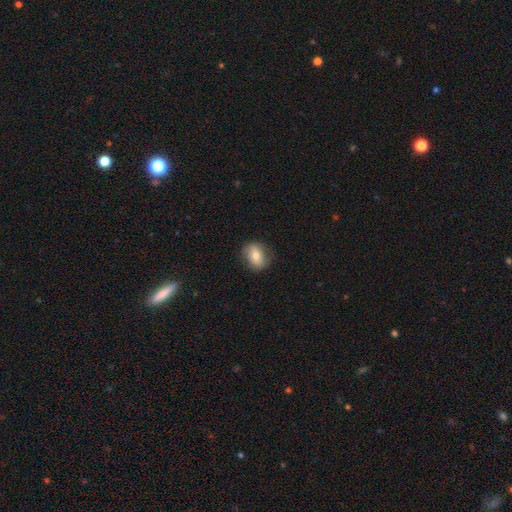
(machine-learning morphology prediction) Smooth or featured? smooth (70%)
How rounded? in between (60%)
Merging? none (81%)